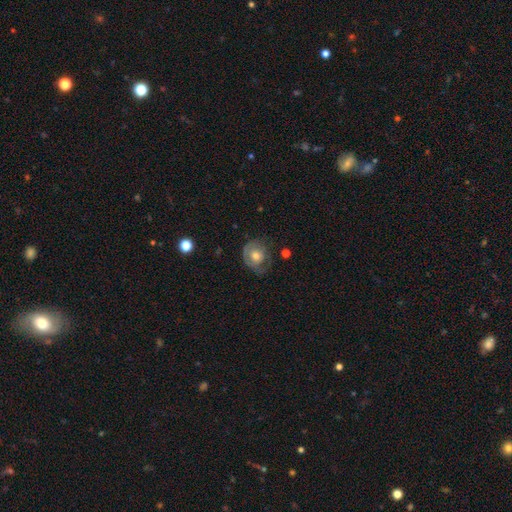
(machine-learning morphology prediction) Overall: smooth (47%; featured or disk 45%). Merging: none (52%; minor disturbance 28%).